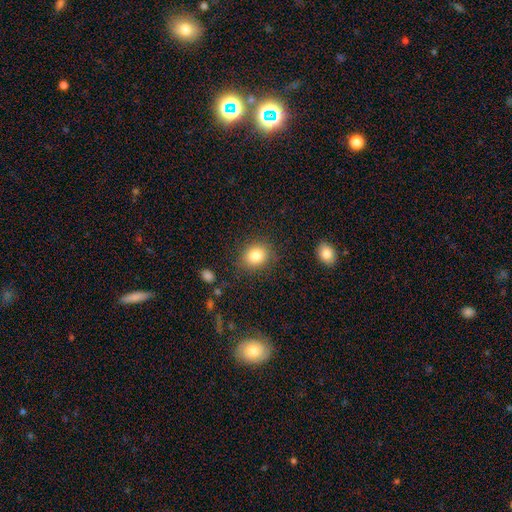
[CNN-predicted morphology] smooth-or-featured: smooth: 83% | star or artifact: 10% | featured or disk: 8%
  how-rounded: round: 64% | in between: 35% | cigar-shaped: 1%
  merging: none: 85% | minor disturbance: 10% | major disturbance: 3% | merger: 2%